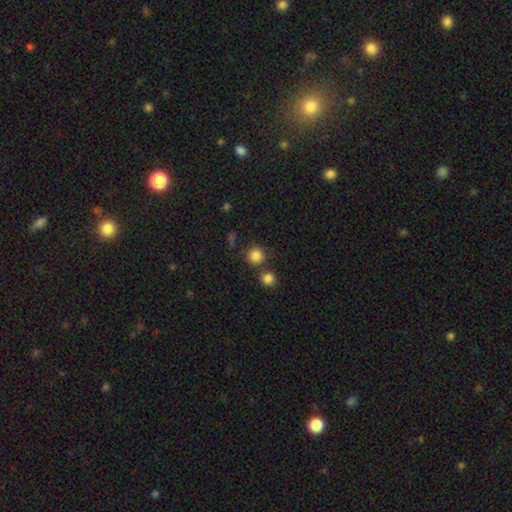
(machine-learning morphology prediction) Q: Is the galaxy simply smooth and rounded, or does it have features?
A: smooth — 84%.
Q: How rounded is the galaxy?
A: round — 92%.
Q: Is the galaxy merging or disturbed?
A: none — 71%.